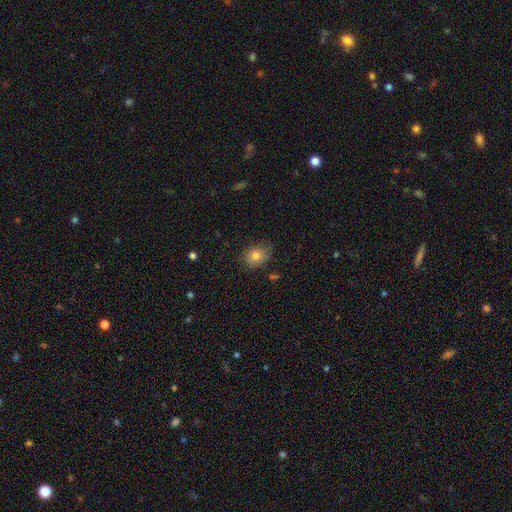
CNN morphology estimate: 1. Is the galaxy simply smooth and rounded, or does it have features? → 79% smooth, 11% featured or disk, 10% star or artifact.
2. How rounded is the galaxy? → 54% in between, 45% round, 1% cigar-shaped.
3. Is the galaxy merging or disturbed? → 70% none, 23% minor disturbance, 5% major disturbance, 2% merger.